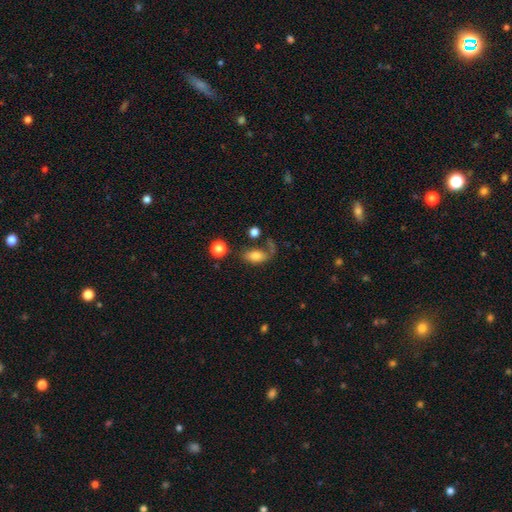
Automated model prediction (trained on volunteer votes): Overall: smooth (75%). How rounded: in between (86%). Merging: none (45%; major disturbance 22%).